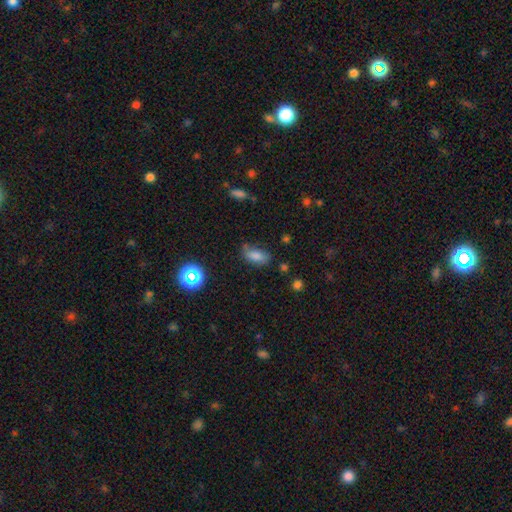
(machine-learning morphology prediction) Smooth or featured? Predicted: smooth (p=0.78). How rounded? Predicted: in between (p=0.88). Merging? Predicted: none (p=0.65).